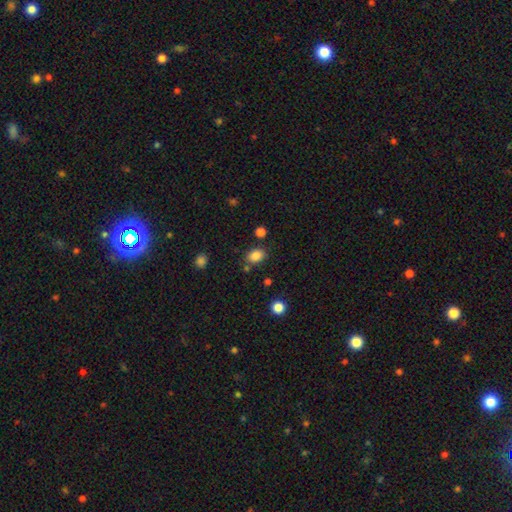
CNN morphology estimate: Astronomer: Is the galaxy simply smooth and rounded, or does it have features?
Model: smooth — 85%.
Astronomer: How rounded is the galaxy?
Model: in between — 73%.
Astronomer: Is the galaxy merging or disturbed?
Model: none — 77%.